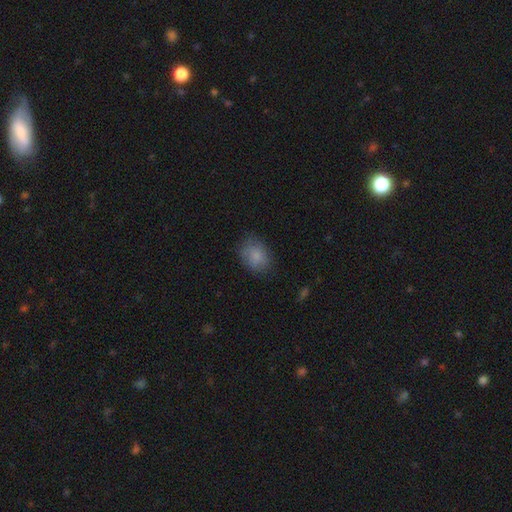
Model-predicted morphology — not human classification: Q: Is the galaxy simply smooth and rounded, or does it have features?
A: smooth — 83%.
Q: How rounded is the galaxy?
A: in between — 61%.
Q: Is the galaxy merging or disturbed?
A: none — 75%.